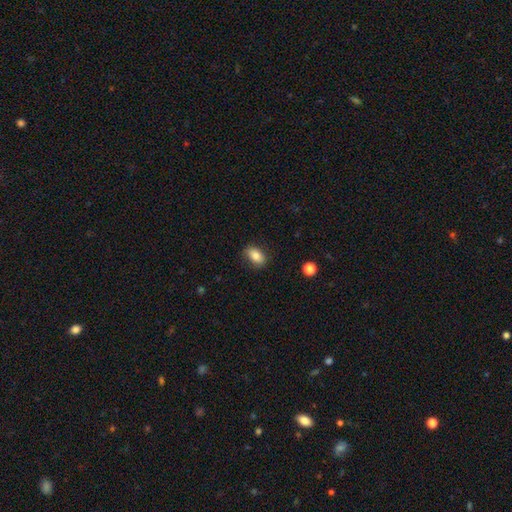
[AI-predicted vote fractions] This is clearly a smooth galaxy (83%). How rounded: clearly in between (87%). Merging: clearly none (83%).